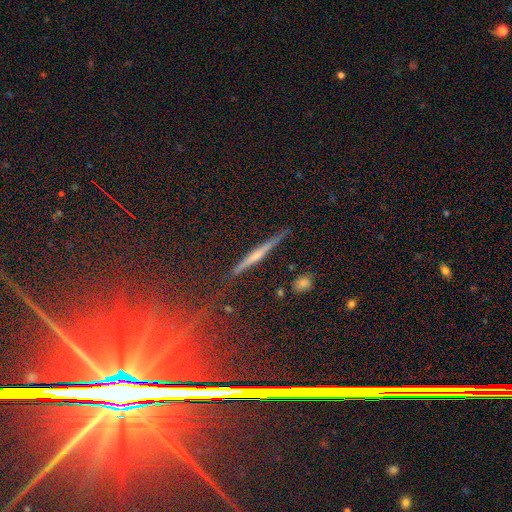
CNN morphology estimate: Smooth or featured? Predicted: featured or disk (p=0.62). Edge-on disk? Predicted: yes (p=0.96). Edge-on bulge? Predicted: rounded (p=0.51). Merging? Predicted: none (p=0.87).